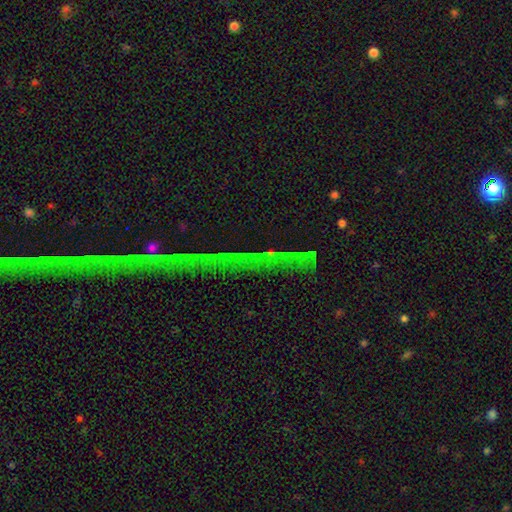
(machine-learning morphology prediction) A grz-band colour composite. It shows a star or artifact, not a galaxy (72%).